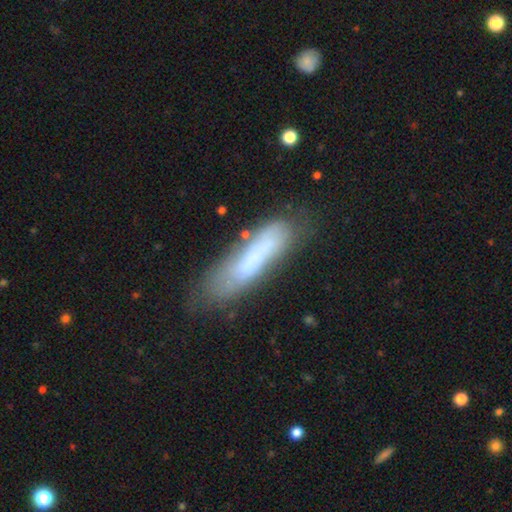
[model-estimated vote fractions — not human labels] Smooth or featured: smooth — 62% (featured or disk — 29%)
How rounded: cigar-shaped — 71% (in between — 27%)
Merging: none — 60% (minor disturbance — 25%)